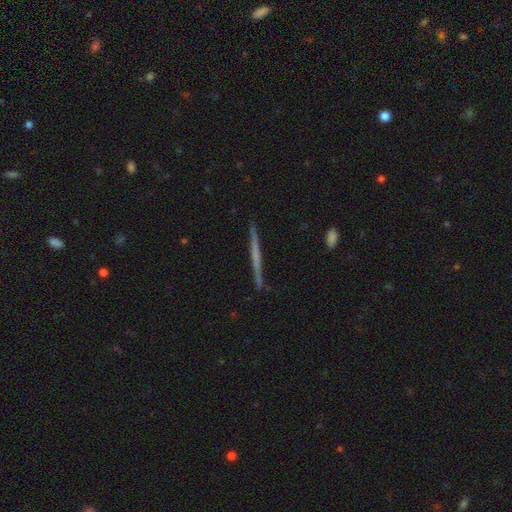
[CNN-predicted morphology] Overall: featured or disk (59%; smooth 35%). Edge-on disk: yes (98%). Edge-on bulge: none (82%). Merging: none (91%).